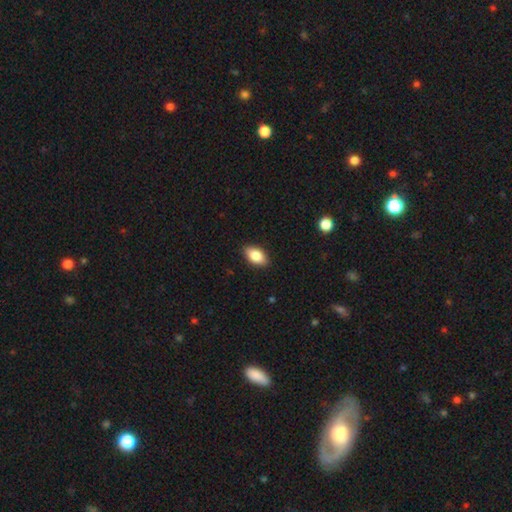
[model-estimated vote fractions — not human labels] This appears to be a smooth galaxy with no disk features (86%) that is in between round and cigar-shaped (92%). Merging: none (89%).